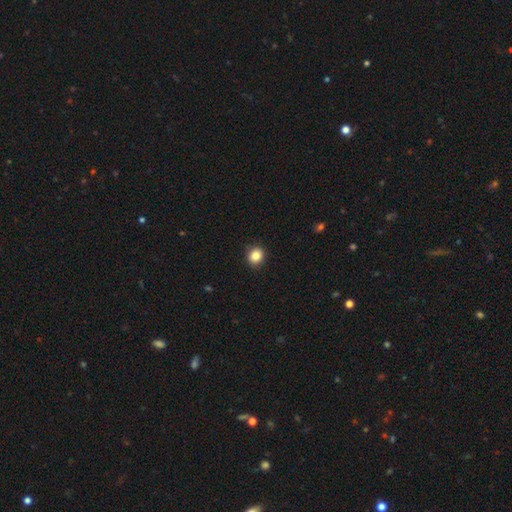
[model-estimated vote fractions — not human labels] smooth-or-featured: smooth: 85% | star or artifact: 10% | featured or disk: 5%
  how-rounded: round: 75% | in between: 24% | cigar-shaped: 1%
  merging: none: 90% | minor disturbance: 7% | major disturbance: 2% | merger: 1%